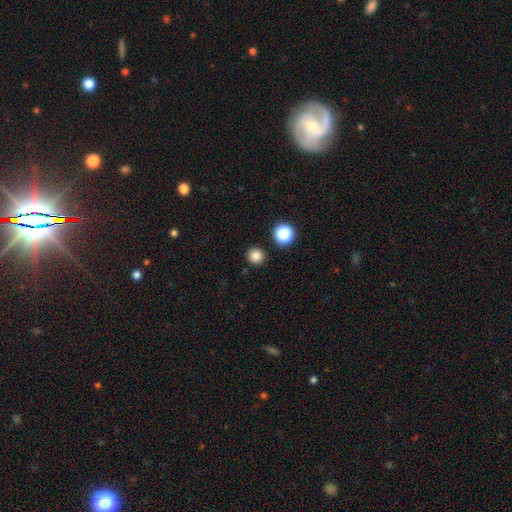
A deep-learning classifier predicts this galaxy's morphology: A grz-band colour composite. It shows a smooth galaxy with no disk features (83%) that is round (93%). Merging: none (91%).